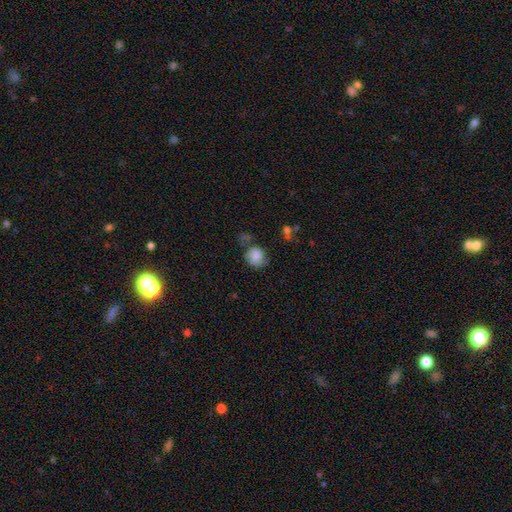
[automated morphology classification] A smooth galaxy with no disk features (75%) that is round (71%).

Vote fractions:
- Smooth or featured? smooth: 75% / featured or disk: 16% / star or artifact: 9%
- How rounded? round: 71% / in between: 28% / cigar-shaped: 1%
- Merging? none: 49% / minor disturbance: 28% / major disturbance: 13% / merger: 9%